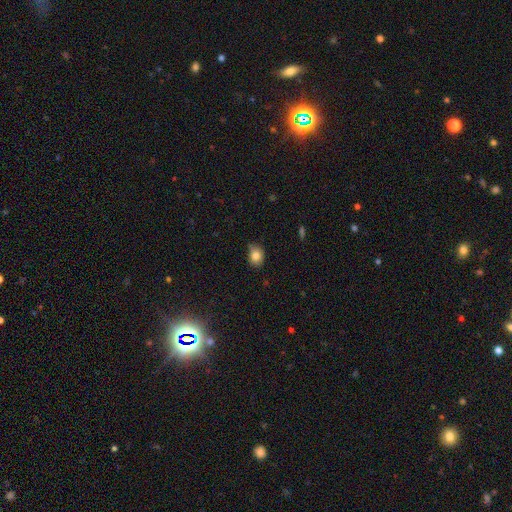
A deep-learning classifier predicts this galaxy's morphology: The model was most divided on "how rounded": round: 56%, in between: 43%, cigar-shaped: 1%. More confident: smooth or featured — smooth (81%); merging — none (69%).